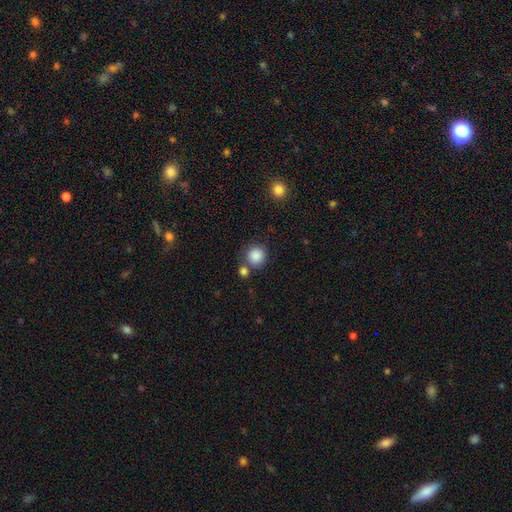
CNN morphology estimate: smooth_or_featured: smooth (p=0.87) [alt: star or artifact p=0.09]
how_rounded: round (p=0.90) [alt: in between p=0.09]
merging: none (p=0.71) [alt: merger p=0.15]